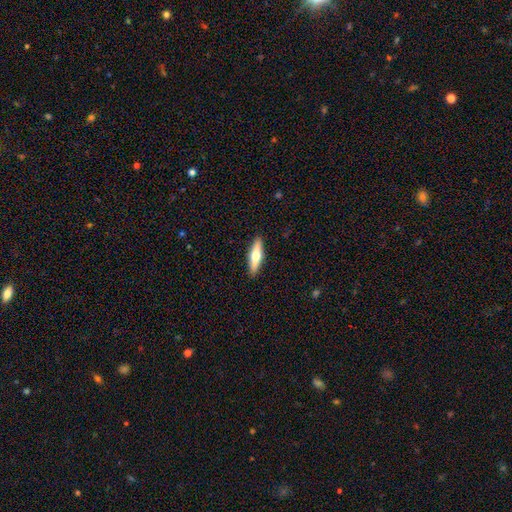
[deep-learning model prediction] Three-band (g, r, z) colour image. It shows a smooth galaxy with no disk features (51%) that is cigar-shaped (68%). Merging: none (91%).